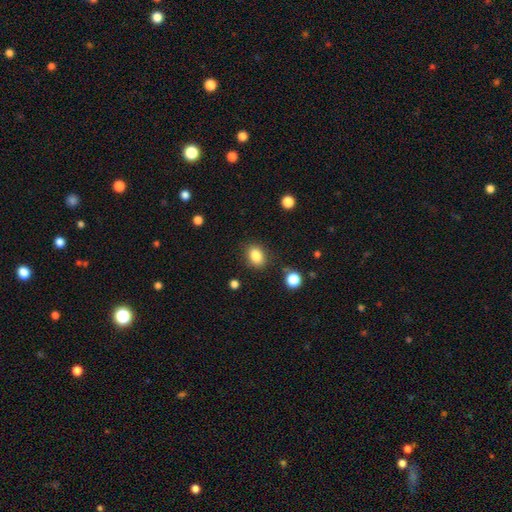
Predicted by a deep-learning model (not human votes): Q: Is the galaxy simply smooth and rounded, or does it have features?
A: smooth — 84%.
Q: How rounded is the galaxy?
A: in between — 62%.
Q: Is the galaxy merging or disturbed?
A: none — 83%.